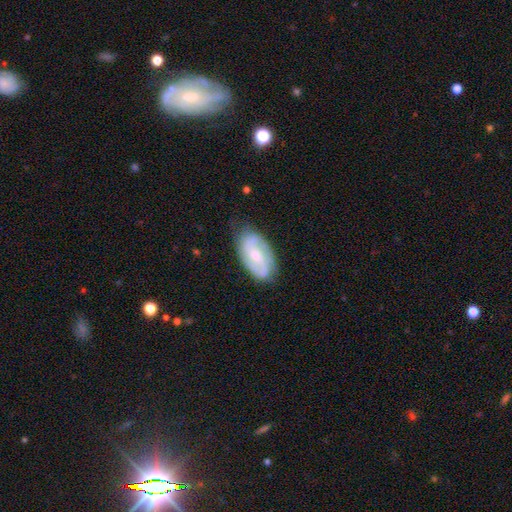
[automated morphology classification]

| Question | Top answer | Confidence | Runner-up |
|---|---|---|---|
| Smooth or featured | featured or disk | 75% | smooth (20%) |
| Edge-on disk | no | 96% | yes (4%) |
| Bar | no | 45% | weak (43%) |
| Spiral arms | yes | 93% | no (7%) |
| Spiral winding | medium | 45% | tight (37%) |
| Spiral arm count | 2 | 68% | can't tell (15%) |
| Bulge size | small | 54% | moderate (38%) |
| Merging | none | 74% | minor disturbance (19%) |